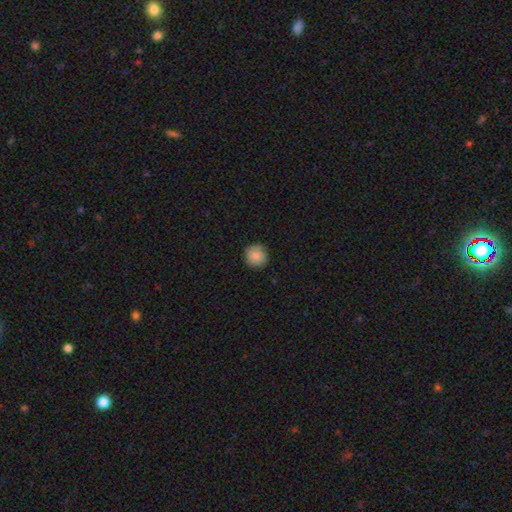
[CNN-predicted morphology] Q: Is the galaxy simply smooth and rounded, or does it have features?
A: smooth — 87%.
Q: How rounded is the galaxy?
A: round — 95%.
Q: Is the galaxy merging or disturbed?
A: none — 90%.